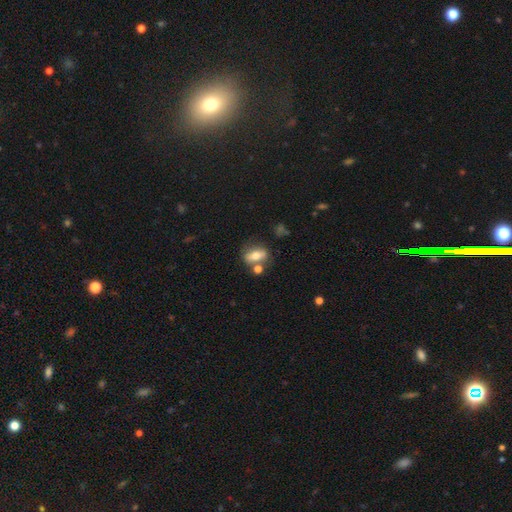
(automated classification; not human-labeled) This appears to be a smooth galaxy with no disk features (65%) that is in between round and cigar-shaped (74%). Merging: none (60%).